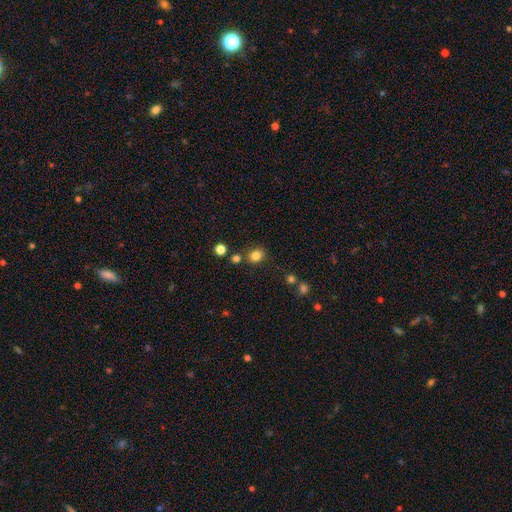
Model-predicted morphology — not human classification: smooth 82%, star or artifact 13%, featured or disk 5%. Down the decision tree: how rounded — round (73%); merging — none (77%).